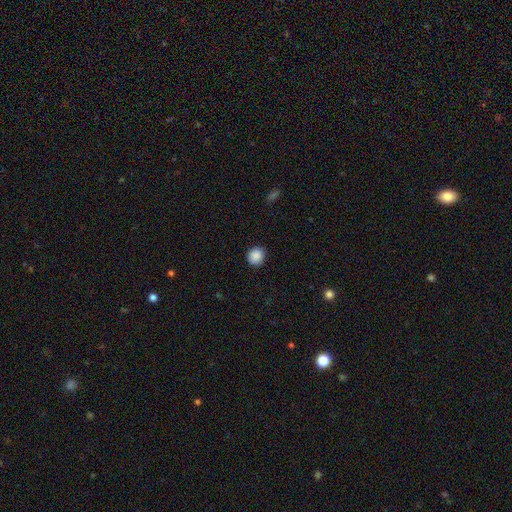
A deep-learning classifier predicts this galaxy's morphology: Overall: smooth (88%). How rounded: round (86%). Merging: none (87%).